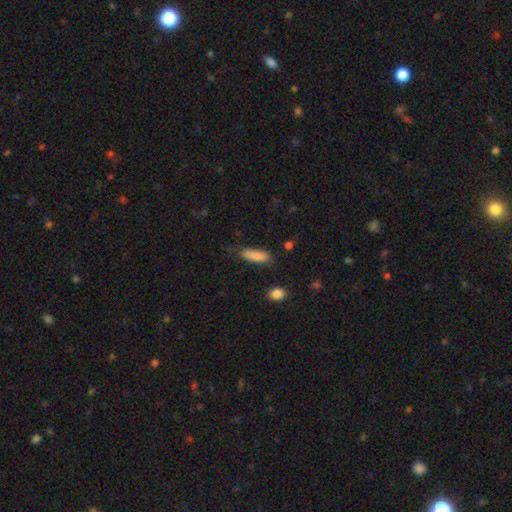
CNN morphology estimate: This appears to be a smooth galaxy with no disk features (86%) that is in between round and cigar-shaped (50%). Merging: none (72%).